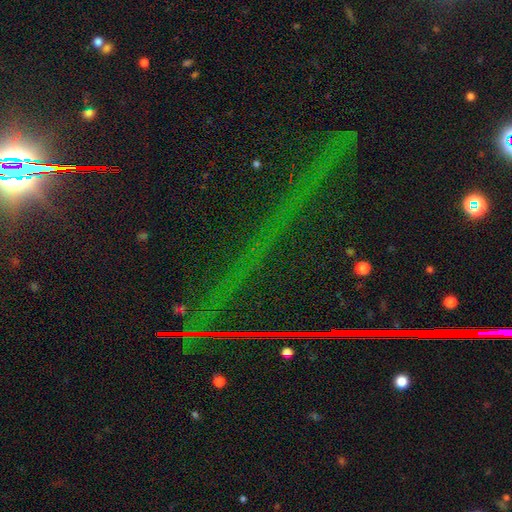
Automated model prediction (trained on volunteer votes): A star or artifact, not a galaxy (86%).